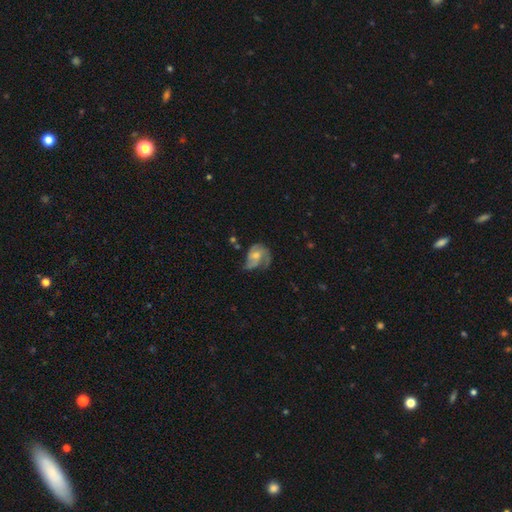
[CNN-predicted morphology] This is likely a featured or disk galaxy (66%). It is clearly not viewed edge-on (98%). Bar: likely no (63%). Spiral arm pattern: clearly yes (81%). Spiral arm count: marginally 3 (33%). Spiral winding: marginally medium (45%). Central bulge: possibly moderate (53%). Merging: marginally none (35%).